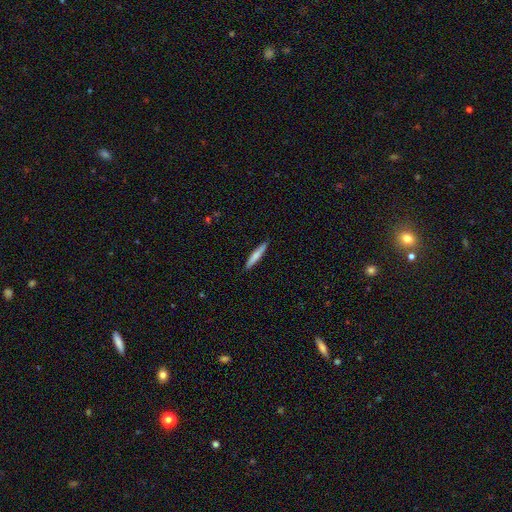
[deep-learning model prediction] Morphology: type=smooth (74%); roundness=cigar-shaped (93%); merging=none (91%).